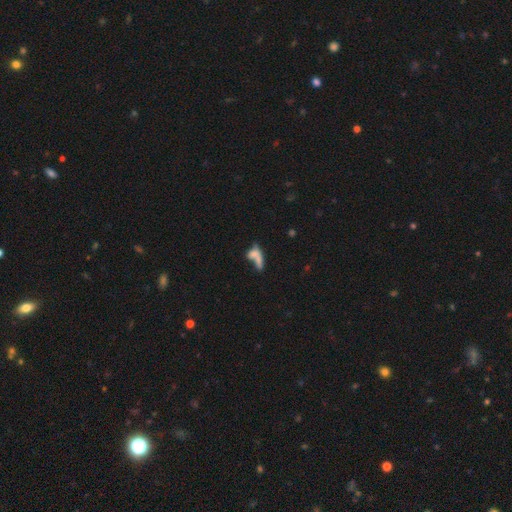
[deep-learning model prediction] smooth 61%, featured or disk 26%, star or artifact 13%. Down the decision tree: how rounded — in between (57%); merging — merger (50%).